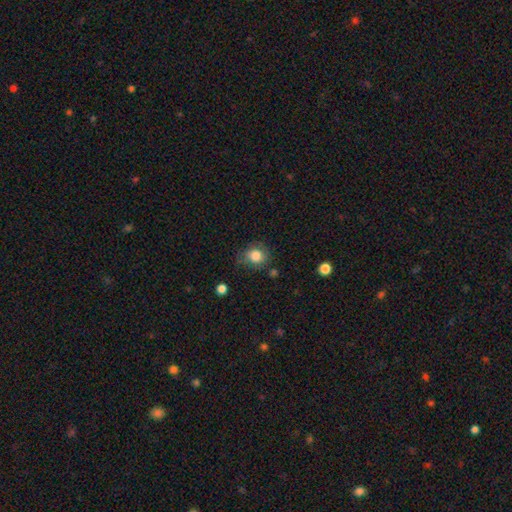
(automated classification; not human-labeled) Smooth or featured: smooth — 74% (featured or disk — 17%)
How rounded: round — 72% (in between — 27%)
Merging: none — 66% (minor disturbance — 23%)